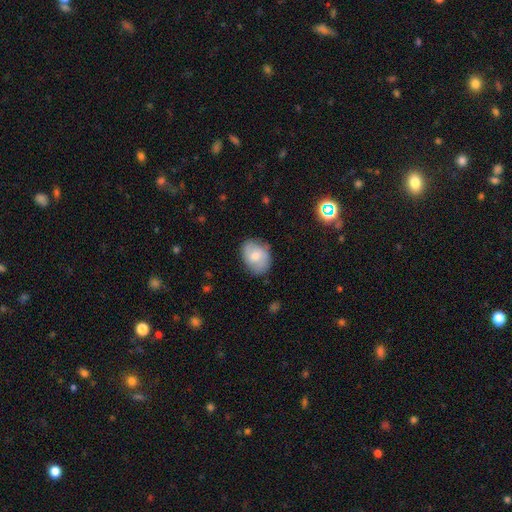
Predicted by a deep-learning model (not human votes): A smooth galaxy with no disk features (63%) that is in between round and cigar-shaped (73%). Merging: none (76%).